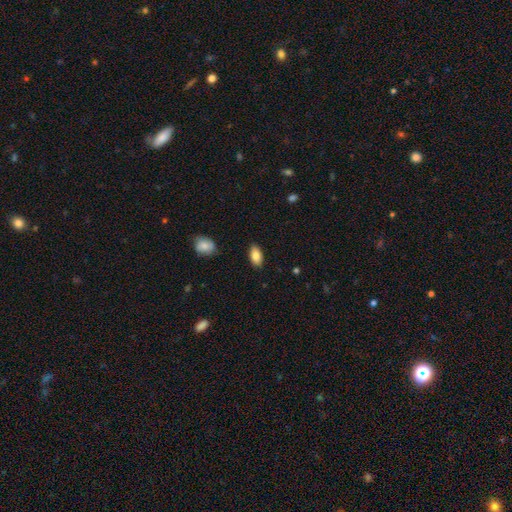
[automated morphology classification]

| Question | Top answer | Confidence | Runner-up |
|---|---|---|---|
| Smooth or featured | smooth | 85% | featured or disk (8%) |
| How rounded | in between | 93% | round (4%) |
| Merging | none | 86% | minor disturbance (10%) |